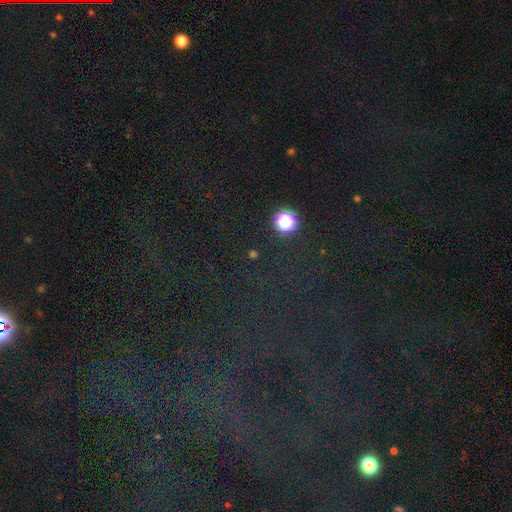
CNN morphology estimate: A star or artifact, not a galaxy (72%).

Vote fractions:
- Smooth or featured? star or artifact: 72% / smooth: 20% / featured or disk: 8%